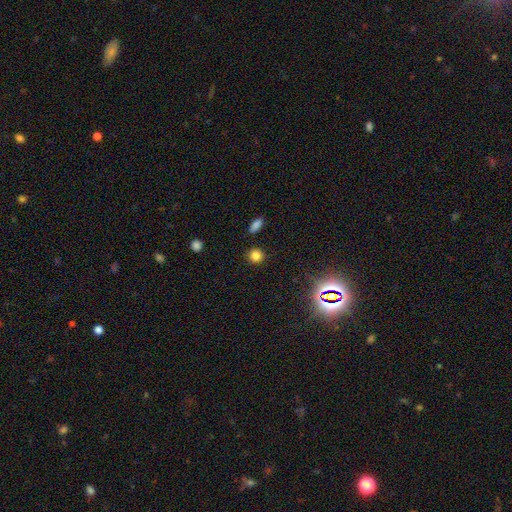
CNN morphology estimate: This appears to be a smooth galaxy with no disk features (80%) that is round (89%). Merging: none (88%).